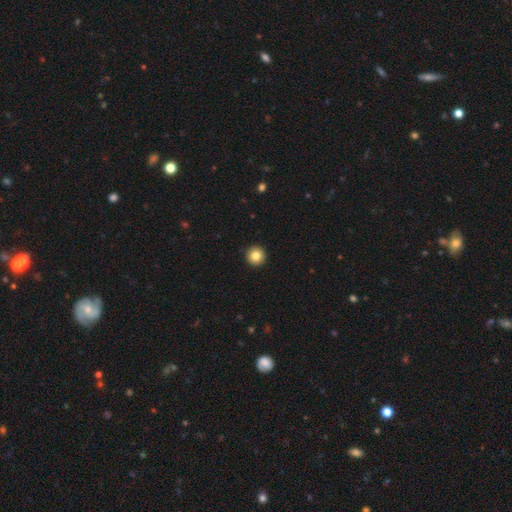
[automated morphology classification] Smooth or featured: smooth — 84% (star or artifact — 9%)
How rounded: round — 96% (in between — 3%)
Merging: none — 94% (minor disturbance — 4%)